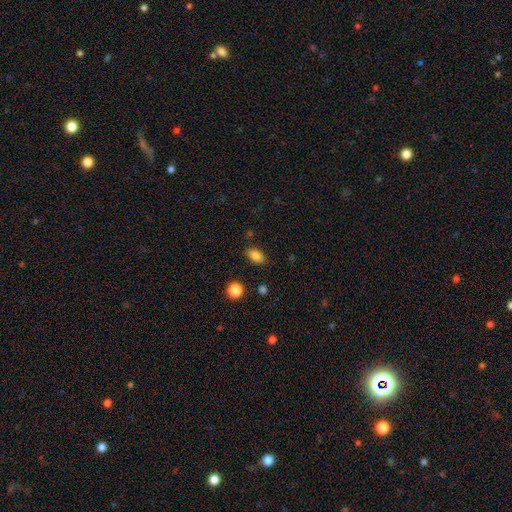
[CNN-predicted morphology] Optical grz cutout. It shows a smooth galaxy with no disk features (85%) that is in between round and cigar-shaped (85%). Merging: none (83%).